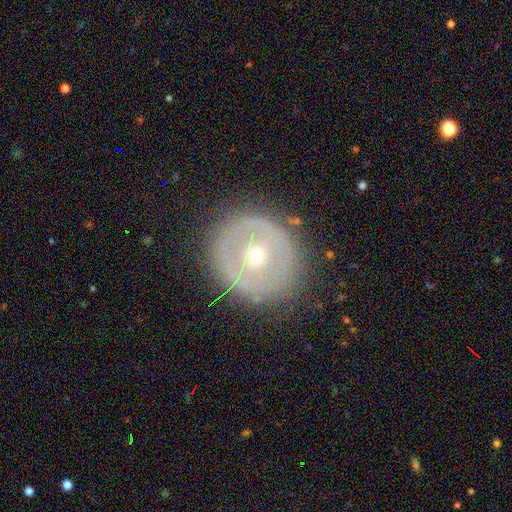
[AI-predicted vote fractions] This is possibly a featured or disk galaxy (60%). It is clearly not viewed edge-on (95%). Bar: likely no (74%). Spiral arm pattern: clearly no (83%). Central bulge: possibly small (57%). Merging: clearly none (82%).